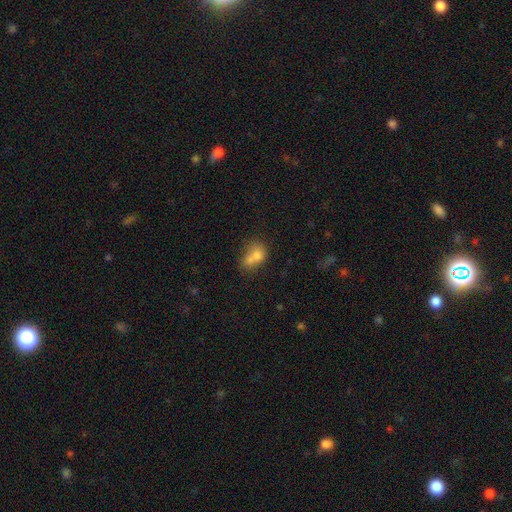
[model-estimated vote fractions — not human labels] Smooth or featured? smooth (69%)
How rounded? round (52%)
Merging? merger (65%)